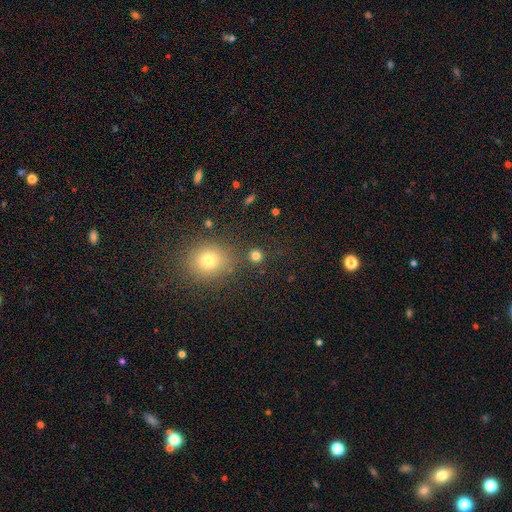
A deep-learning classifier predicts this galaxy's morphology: This is likely a smooth galaxy (78%). How rounded: clearly round (91%). Merging: clearly none (83%).